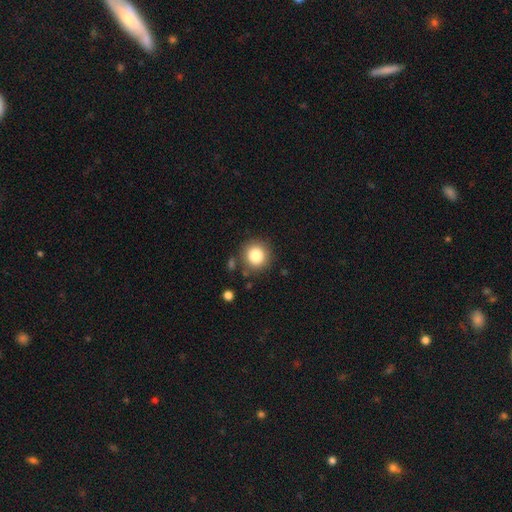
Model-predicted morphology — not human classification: smooth-or-featured: smooth: 82% | star or artifact: 11% | featured or disk: 7%
  how-rounded: round: 92% | in between: 7% | cigar-shaped: 1%
  merging: none: 85% | minor disturbance: 9% | merger: 4% | major disturbance: 3%